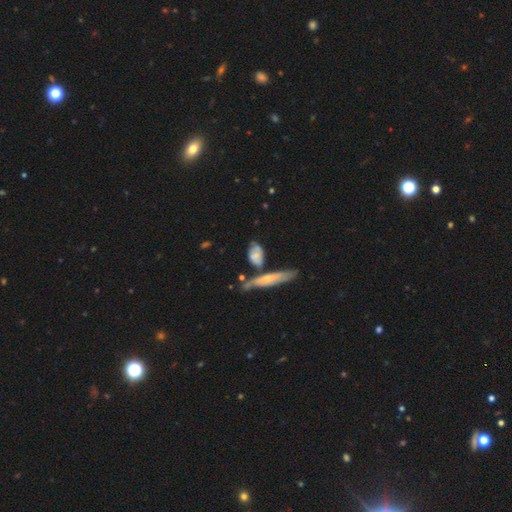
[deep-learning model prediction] Smooth or featured?
  - smooth: 53% *
  - featured or disk: 40%
  - star or artifact: 7%
How rounded?
  - in between: 66% *
  - cigar-shaped: 20%
  - round: 14%
Merging?
  - none: 48% *
  - minor disturbance: 23%
  - merger: 20%
  - major disturbance: 9%